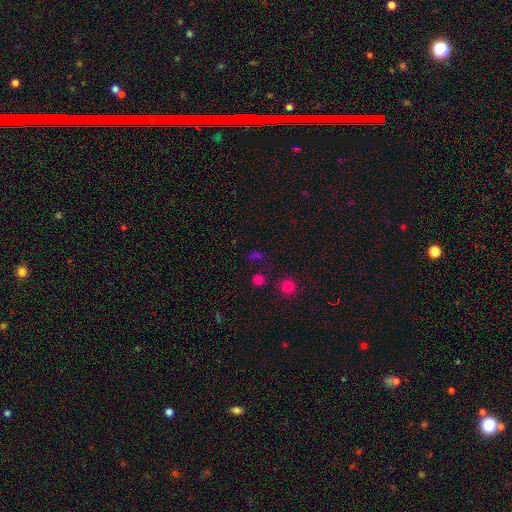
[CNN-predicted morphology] smooth 53%, star or artifact 39%, featured or disk 7%. Down the decision tree: how rounded — round (50%); merging — none (64%).